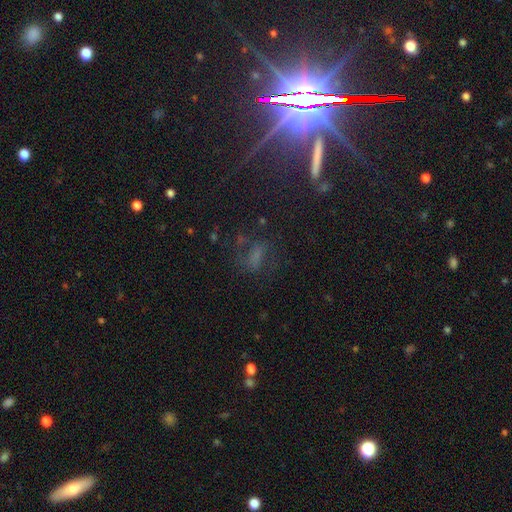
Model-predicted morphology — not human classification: type=smooth (37%); merging=none (56%).